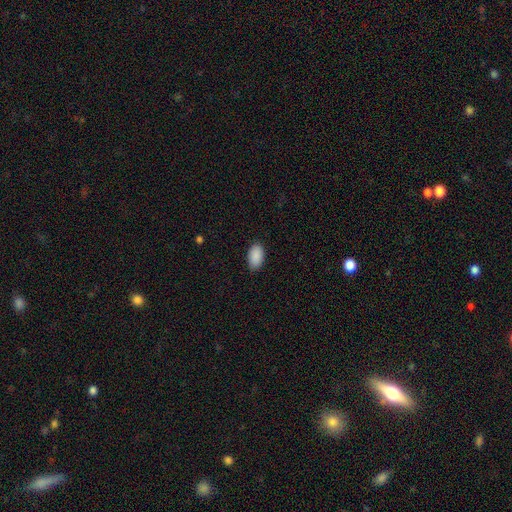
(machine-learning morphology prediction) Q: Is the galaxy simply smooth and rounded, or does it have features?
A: smooth — 91%.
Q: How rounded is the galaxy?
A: in between — 95%.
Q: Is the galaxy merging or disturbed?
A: none — 87%.